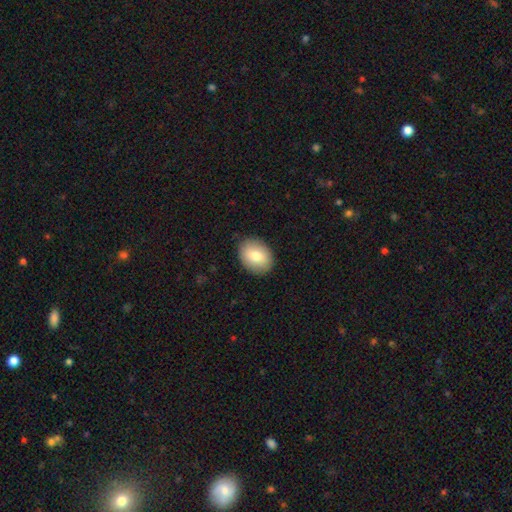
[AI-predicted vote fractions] Q: Smooth or featured?
A: smooth (78%); runner-up: featured or disk (14%)
Q: How rounded?
A: in between (63%); runner-up: round (36%)
Q: Merging?
A: none (88%); runner-up: minor disturbance (9%)